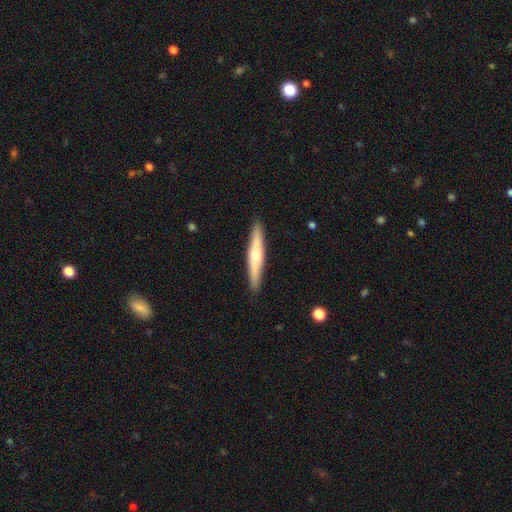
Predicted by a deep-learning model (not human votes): Morphology: type=featured or disk (57%); edge-on=yes (93%); edge-on bulge=rounded (84%); merging=none (91%).